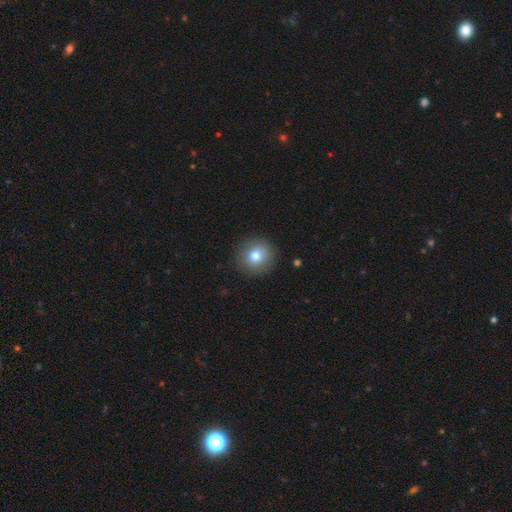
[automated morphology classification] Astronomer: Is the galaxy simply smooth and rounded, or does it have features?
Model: smooth — 78%.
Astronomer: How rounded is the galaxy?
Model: round — 93%.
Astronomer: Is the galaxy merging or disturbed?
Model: none — 91%.